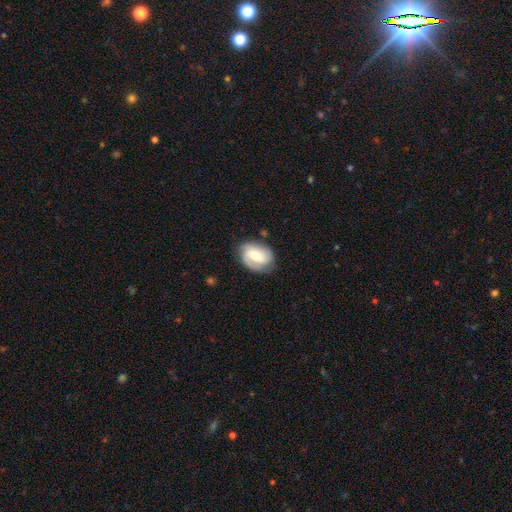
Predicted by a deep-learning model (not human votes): Overall: featured or disk (73%). Edge-on disk: no (97%). Bar: weak (47%; no 30%). Spiral arms: yes (92%). Spiral arm count: 2 (66%). Spiral winding: medium (42%; tight 40%). Bulge size: moderate (60%; small 31%). Merging: none (74%).